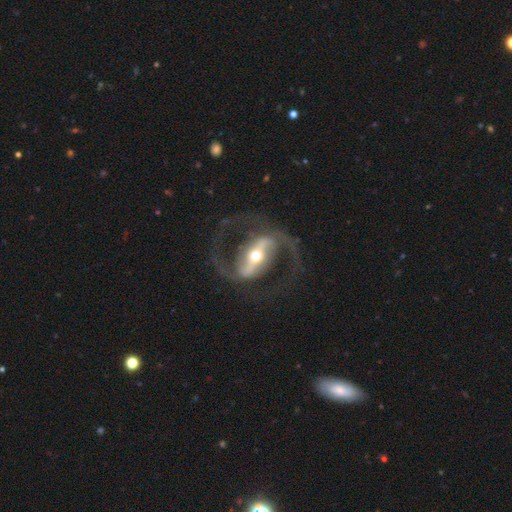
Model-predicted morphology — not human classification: Smooth or featured? featured or disk (92%)
Edge-on disk? no (95%)
Bar? strong (73%)
Spiral arms? yes (93%)
Spiral winding? medium (59%)
Spiral arm count? 2 (93%)
Bulge size? moderate (63%)
Merging? none (77%)